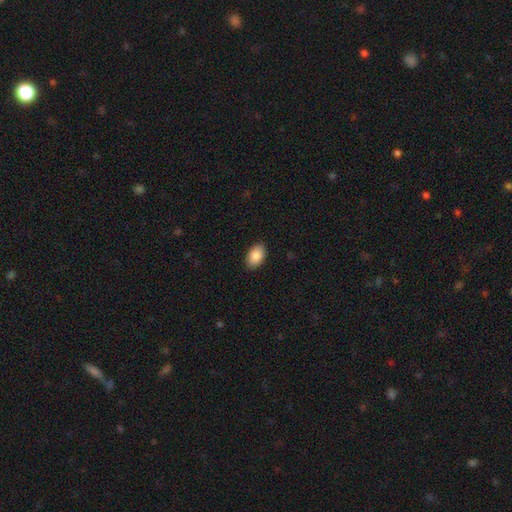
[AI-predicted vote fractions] Smooth or featured? Predicted: smooth (p=0.88). How rounded? Predicted: in between (p=0.91). Merging? Predicted: none (p=0.88).